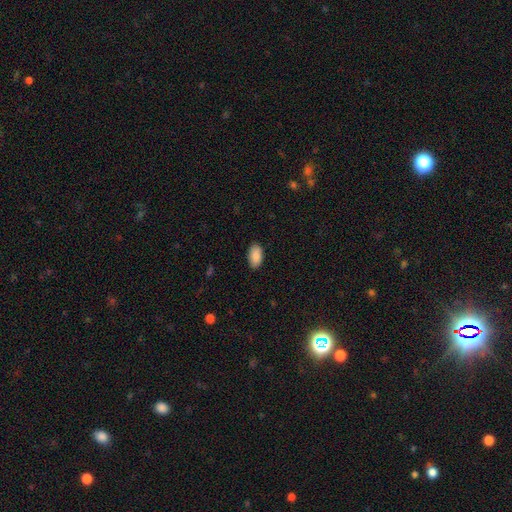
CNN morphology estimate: A smooth galaxy with no disk features (89%) that is in between round and cigar-shaped (95%). Merging: none (88%).